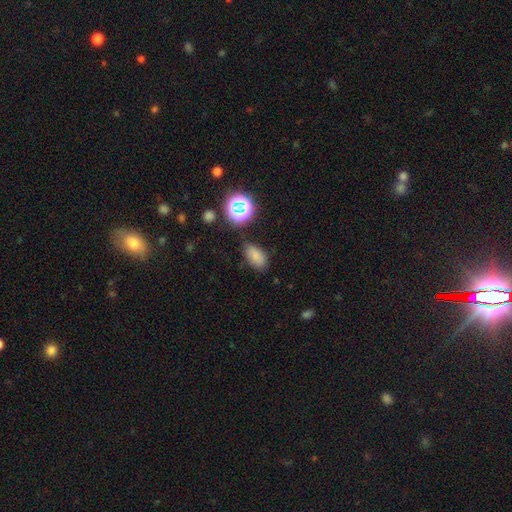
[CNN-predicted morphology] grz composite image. It shows a smooth galaxy with no disk features (75%) that is in between round and cigar-shaped (89%). Merging: none (72%).